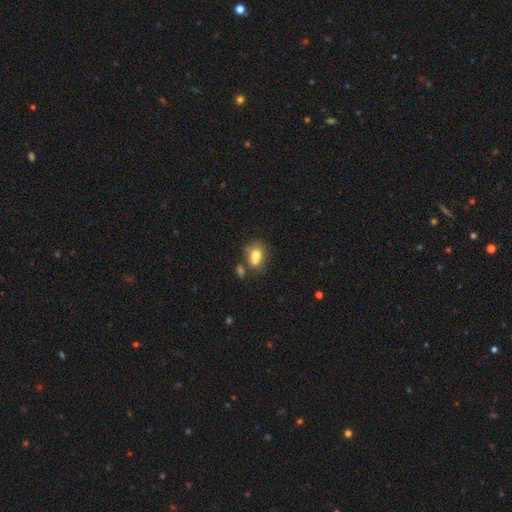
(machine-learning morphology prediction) A smooth galaxy with no disk features (73%) that is in between round and cigar-shaped (50%).

Vote fractions:
- Smooth or featured? smooth: 73% / featured or disk: 16% / star or artifact: 10%
- How rounded? in between: 50% / round: 49% / cigar-shaped: 1%
- Merging? none: 43% / merger: 36% / minor disturbance: 16% / major disturbance: 6%